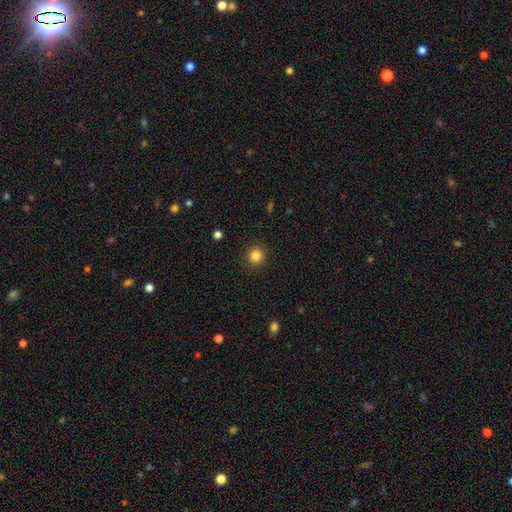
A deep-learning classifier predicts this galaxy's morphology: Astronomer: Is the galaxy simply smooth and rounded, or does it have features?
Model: smooth — 84%.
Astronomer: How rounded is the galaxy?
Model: round — 92%.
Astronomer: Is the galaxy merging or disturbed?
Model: none — 91%.